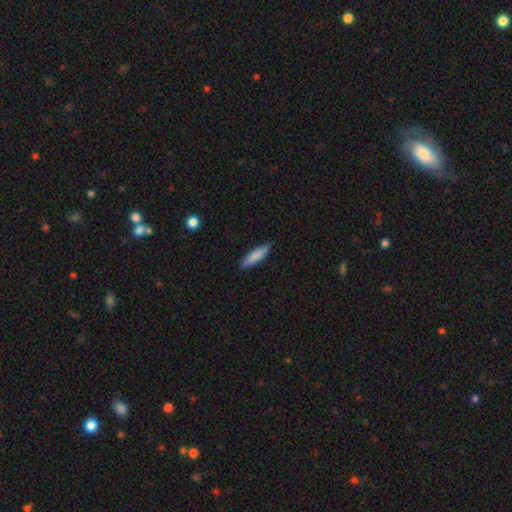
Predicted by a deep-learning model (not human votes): Smooth or featured: smooth — 80% (featured or disk — 14%)
How rounded: cigar-shaped — 72% (in between — 26%)
Merging: none — 84% (minor disturbance — 13%)